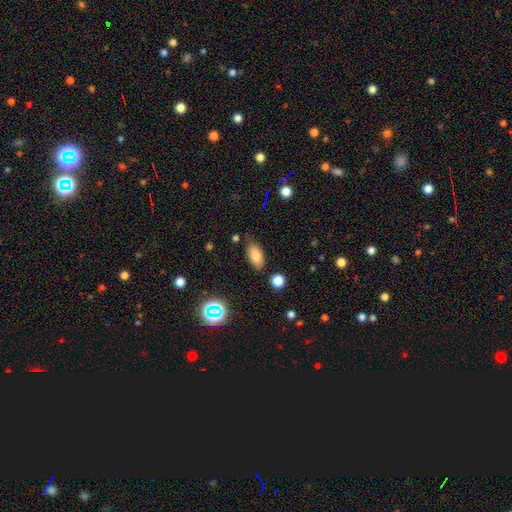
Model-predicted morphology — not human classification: smooth 82%, star or artifact 11%, featured or disk 8%. Down the decision tree: how rounded — in between (90%); merging — none (80%).